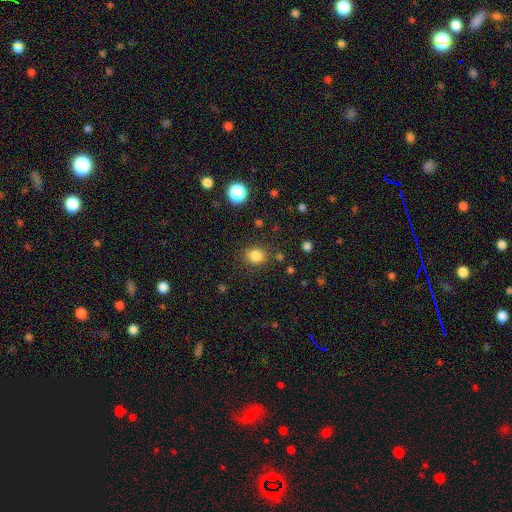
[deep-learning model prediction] A smooth galaxy with no disk features (83%) that is round (64%).

Vote fractions:
- Smooth or featured? smooth: 83% / star or artifact: 12% / featured or disk: 5%
- How rounded? round: 64% / in between: 35% / cigar-shaped: 1%
- Merging? none: 83% / minor disturbance: 10% / major disturbance: 4% / merger: 3%